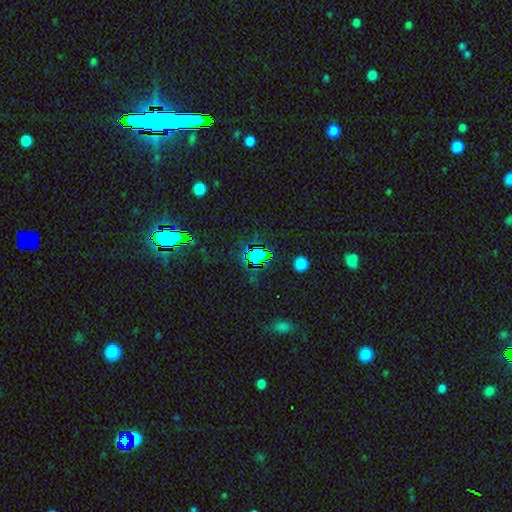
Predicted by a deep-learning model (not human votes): star or artifact 70%, smooth 20%, featured or disk 10%.